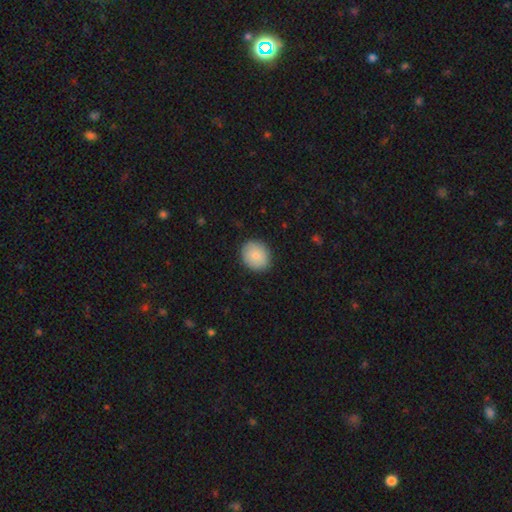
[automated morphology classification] This is clearly a smooth galaxy (86%). How rounded: likely round (62%). Merging: clearly none (88%).